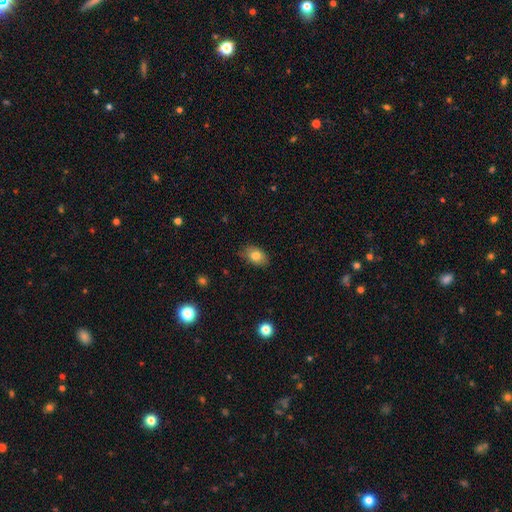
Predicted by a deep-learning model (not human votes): Overall: smooth (80%). How rounded: in between (83%). Merging: none (79%).